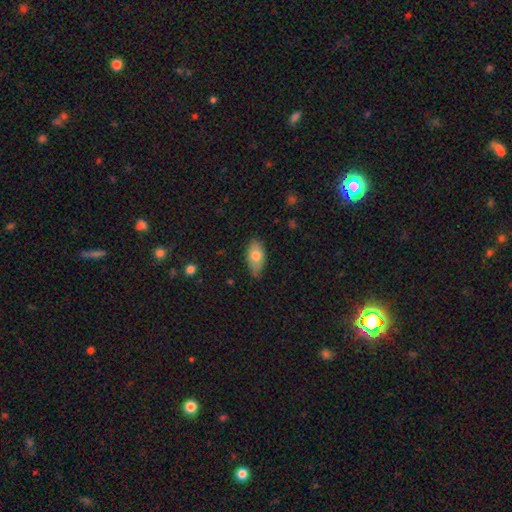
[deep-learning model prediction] Smooth or featured? smooth (74%)
How rounded? in between (91%)
Merging? none (74%)